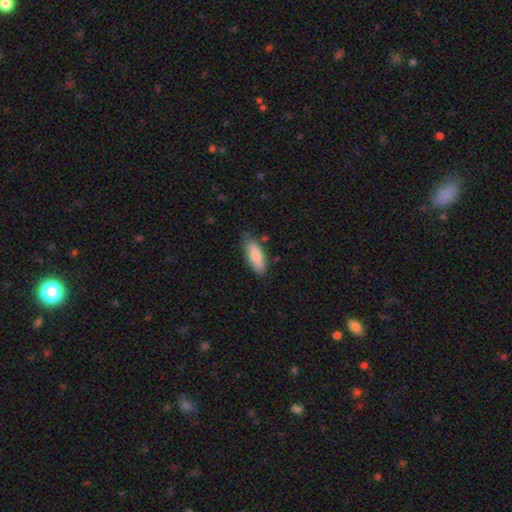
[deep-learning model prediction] Overall: smooth (82%). How rounded: in between (79%). Merging: none (69%).